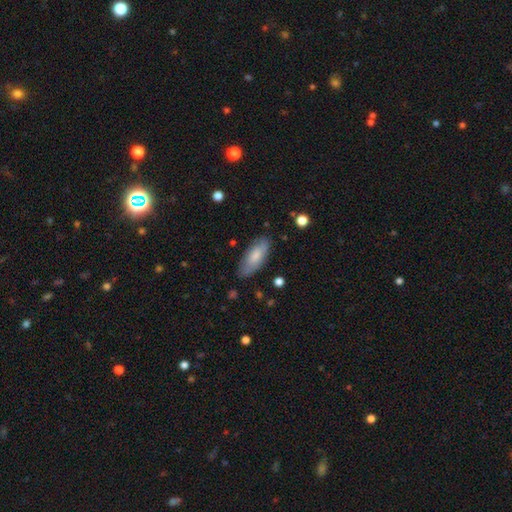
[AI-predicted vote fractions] A smooth galaxy with no disk features (74%) that is in between round and cigar-shaped (79%).

Vote fractions:
- Smooth or featured? smooth: 74% / featured or disk: 20% / star or artifact: 6%
- How rounded? in between: 79% / cigar-shaped: 20% / round: 2%
- Merging? none: 80% / minor disturbance: 15% / major disturbance: 3% / merger: 1%